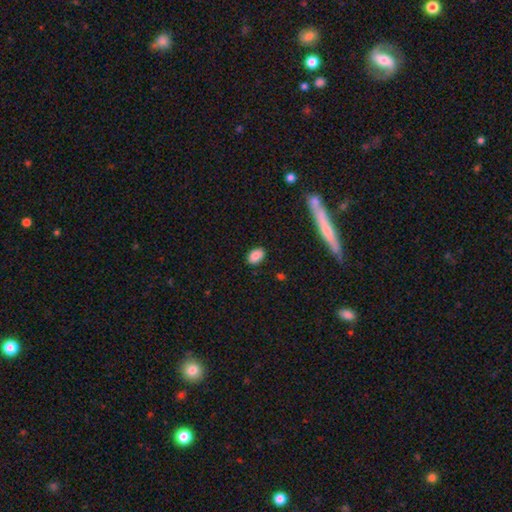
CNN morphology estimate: Smooth or featured? smooth (87%)
How rounded? in between (85%)
Merging? none (87%)